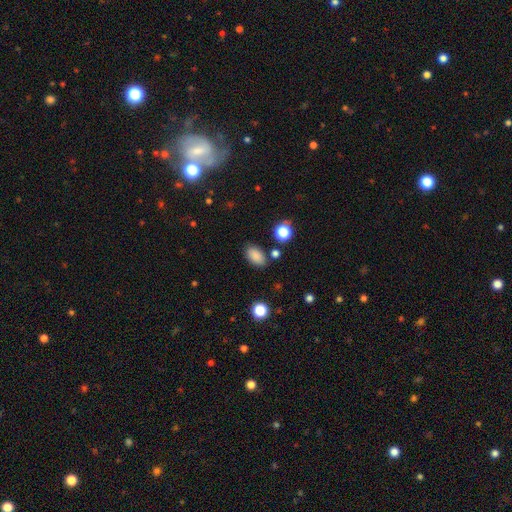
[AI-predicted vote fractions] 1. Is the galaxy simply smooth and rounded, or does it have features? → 85% smooth, 10% star or artifact, 5% featured or disk.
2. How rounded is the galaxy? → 91% in between, 8% round, 2% cigar-shaped.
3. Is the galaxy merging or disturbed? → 82% none, 11% minor disturbance, 4% merger, 3% major disturbance.